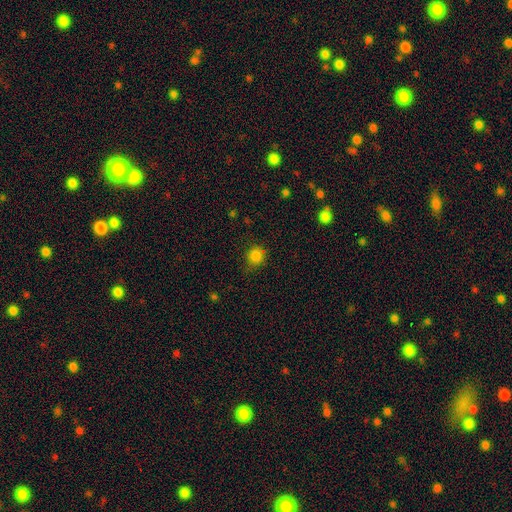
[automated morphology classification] smooth_or_featured: smooth (p=0.81) [alt: star or artifact p=0.14]
how_rounded: round (p=0.86) [alt: in between p=0.13]
merging: none (p=0.75) [alt: minor disturbance p=0.16]